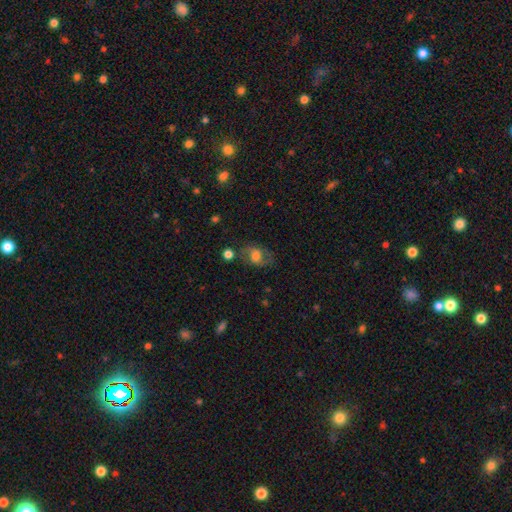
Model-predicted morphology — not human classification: Smooth or featured? smooth (46%)
Merging? none (61%)